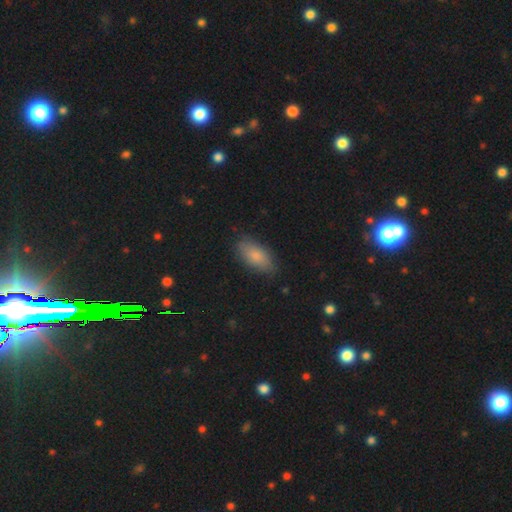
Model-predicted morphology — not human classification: Smooth or featured? smooth (81%)
How rounded? in between (89%)
Merging? none (79%)